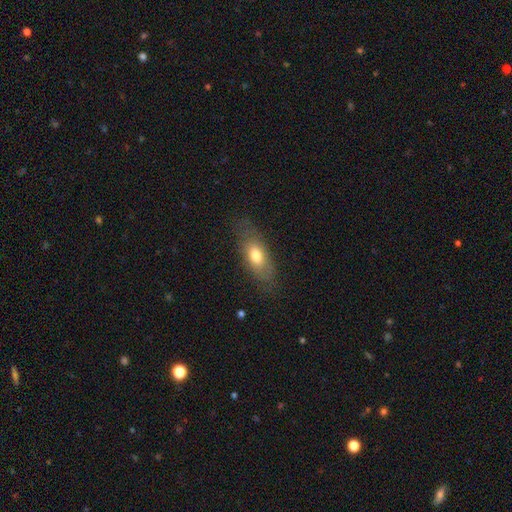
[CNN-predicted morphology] Smooth or featured? Predicted: smooth (p=0.70). How rounded? Predicted: in between (p=0.82). Merging? Predicted: none (p=0.75).